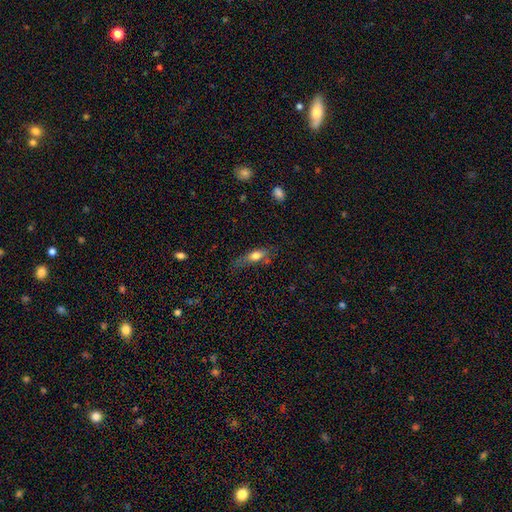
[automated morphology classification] A smooth galaxy with no disk features (71%) that is in between round and cigar-shaped (65%). Merging: none (47%).